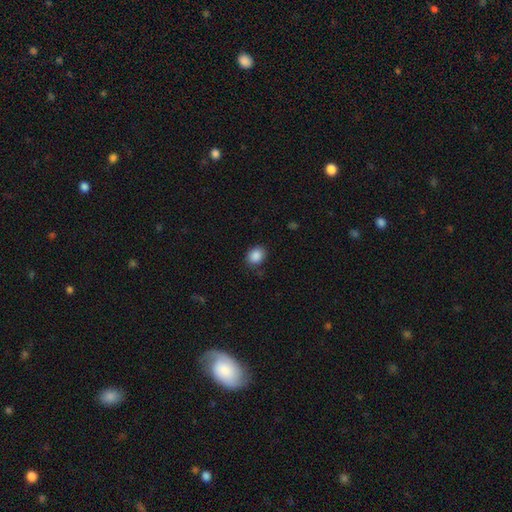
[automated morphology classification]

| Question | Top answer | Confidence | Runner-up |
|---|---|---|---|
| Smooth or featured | smooth | 88% | star or artifact (9%) |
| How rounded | round | 51% | in between (48%) |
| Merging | none | 86% | minor disturbance (10%) |